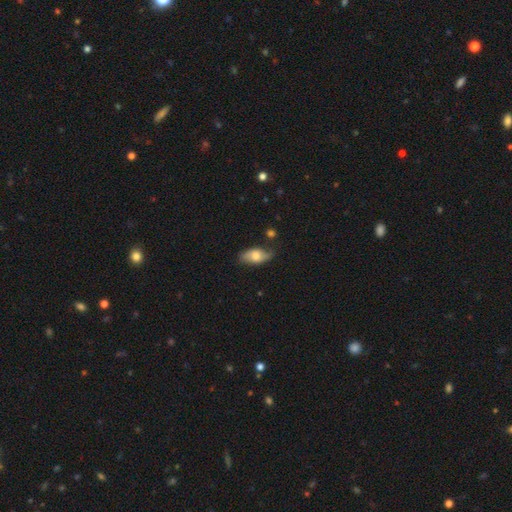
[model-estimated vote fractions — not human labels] Overall: smooth (62%; featured or disk 31%). How rounded: in between (88%). Merging: none (69%).